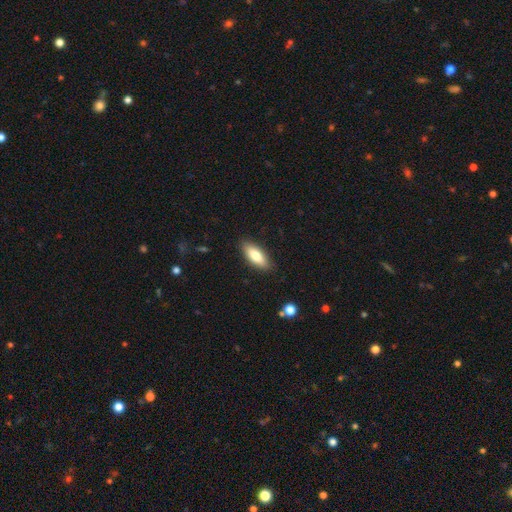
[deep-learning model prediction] smooth_or_featured: smooth (p=0.77) [alt: featured or disk p=0.16]
how_rounded: in between (p=0.76) [alt: cigar-shaped p=0.22]
merging: none (p=0.87) [alt: minor disturbance p=0.10]